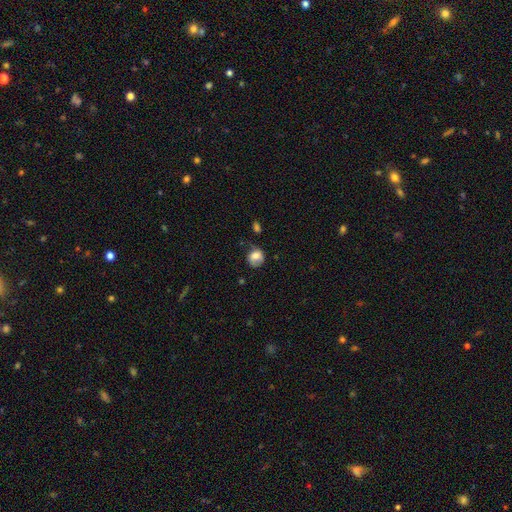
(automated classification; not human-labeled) Overall: smooth (65%; featured or disk 27%). How rounded: round (70%). Merging: none (47%; minor disturbance 31%).